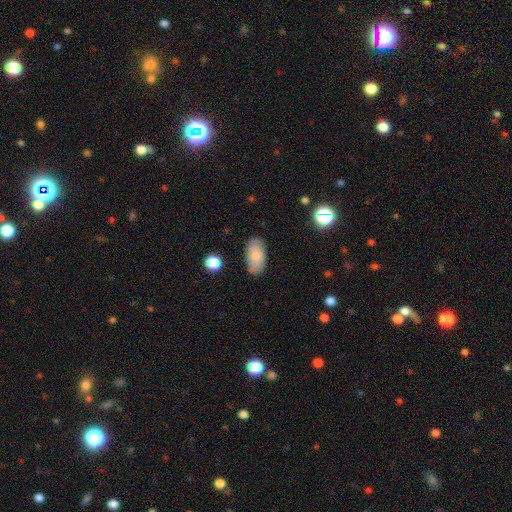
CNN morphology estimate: Smooth or featured? Predicted: smooth (p=0.73). How rounded? Predicted: in between (p=0.94). Merging? Predicted: none (p=0.80).